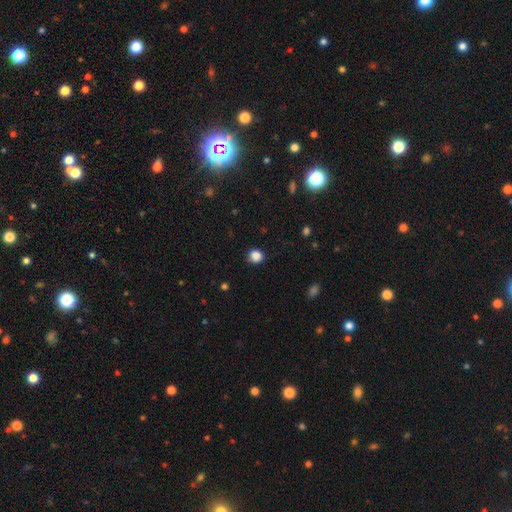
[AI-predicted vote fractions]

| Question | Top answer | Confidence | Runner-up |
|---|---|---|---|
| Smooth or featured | smooth | 85% | star or artifact (12%) |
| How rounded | round | 84% | in between (15%) |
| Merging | none | 82% | minor disturbance (13%) |